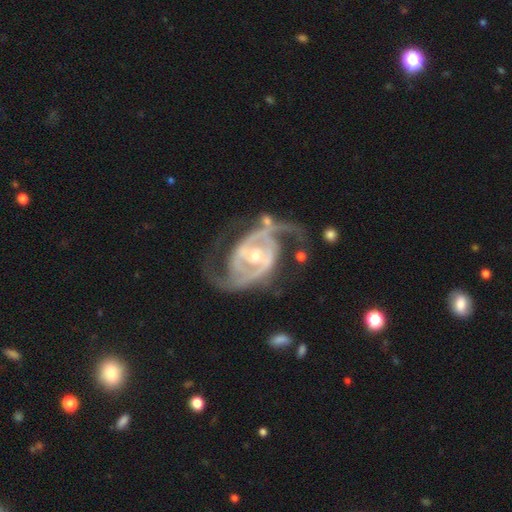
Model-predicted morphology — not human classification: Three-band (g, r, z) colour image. It shows a featured or disk galaxy (92%) with no bar (40%), 2 (81%) medium (49%) spiral arms (97%) and a moderate central bulge (59%). Merging: none (57%).